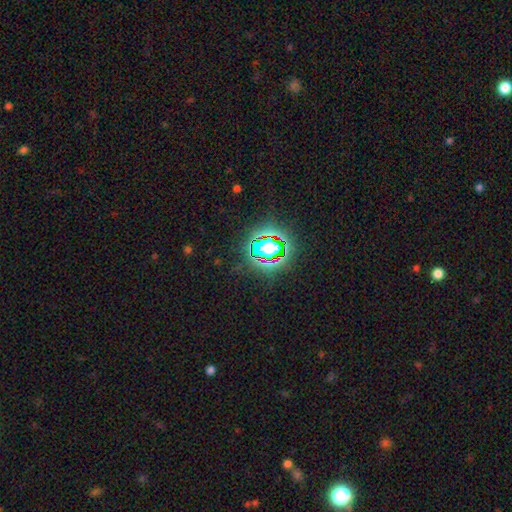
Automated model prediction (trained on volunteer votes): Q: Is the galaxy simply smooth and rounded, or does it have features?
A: star or artifact — 81%.